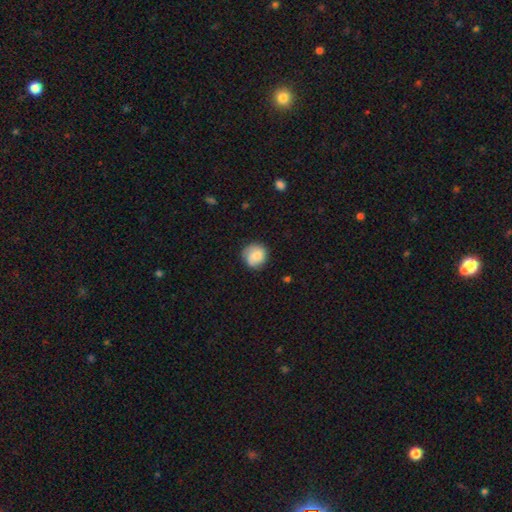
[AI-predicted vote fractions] Overall: smooth (78%). How rounded: round (89%). Merging: none (75%).